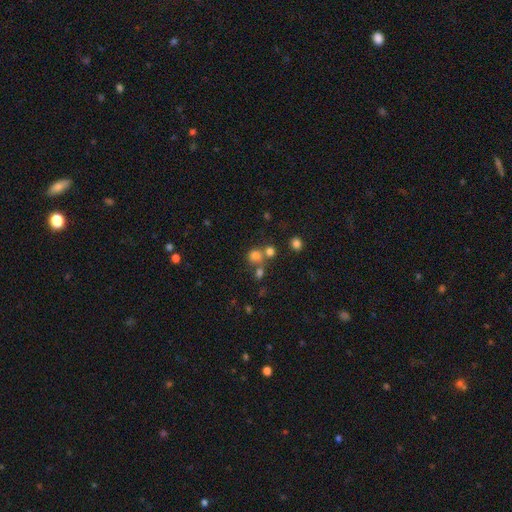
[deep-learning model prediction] Overall: smooth (71%). How rounded: round (84%). Merging: none (51%; merger 36%).